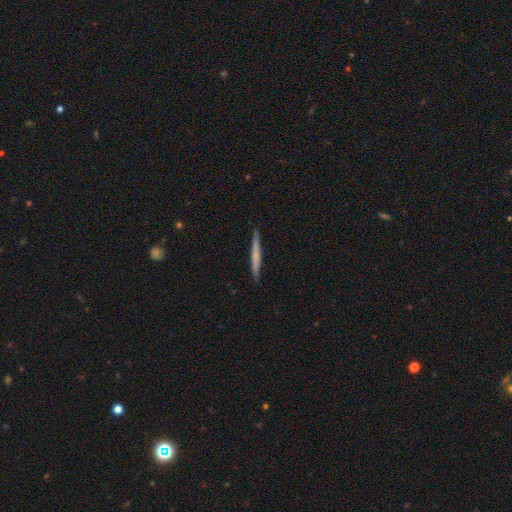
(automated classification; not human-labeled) Smooth or featured? smooth (56%)
How rounded? cigar-shaped (97%)
Merging? none (91%)